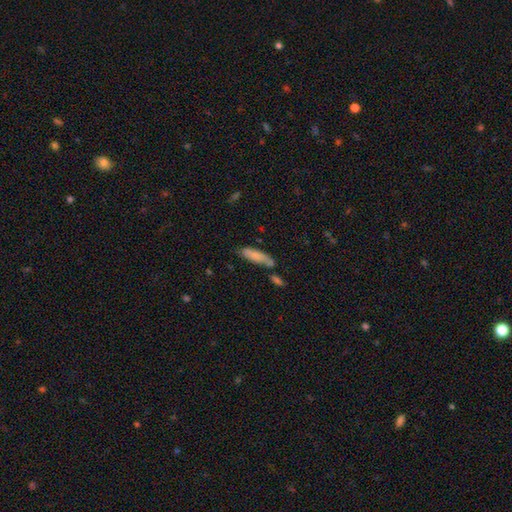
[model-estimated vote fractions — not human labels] Smooth or featured?
  - smooth: 78% *
  - featured or disk: 15%
  - star or artifact: 7%
How rounded?
  - cigar-shaped: 56% *
  - in between: 42%
  - round: 2%
Merging?
  - none: 52% *
  - merger: 23%
  - minor disturbance: 19%
  - major disturbance: 6%